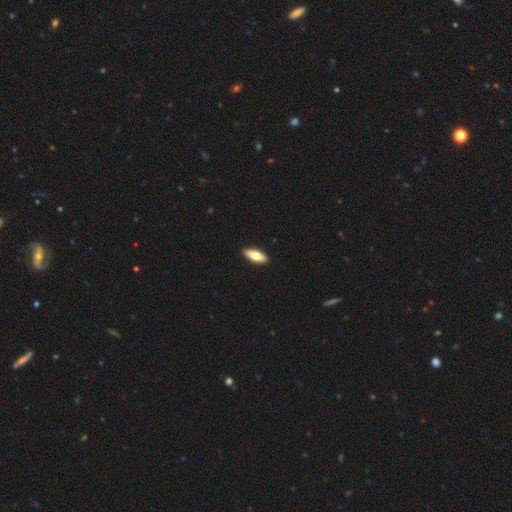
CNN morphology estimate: This is likely a smooth galaxy (68%). How rounded: likely in between (69%). Merging: clearly none (91%).